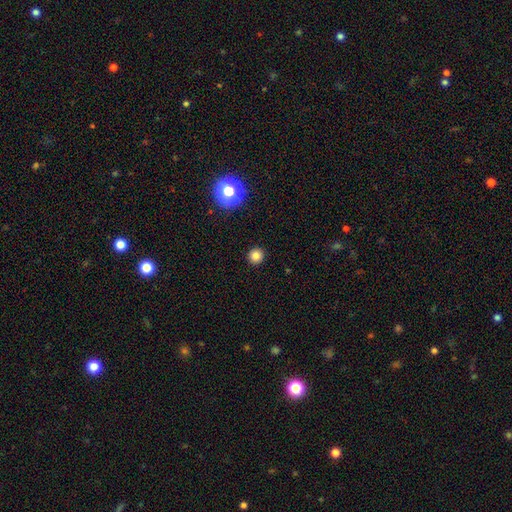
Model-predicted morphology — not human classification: This is clearly a smooth galaxy (81%). How rounded: clearly round (94%). Merging: clearly none (93%).